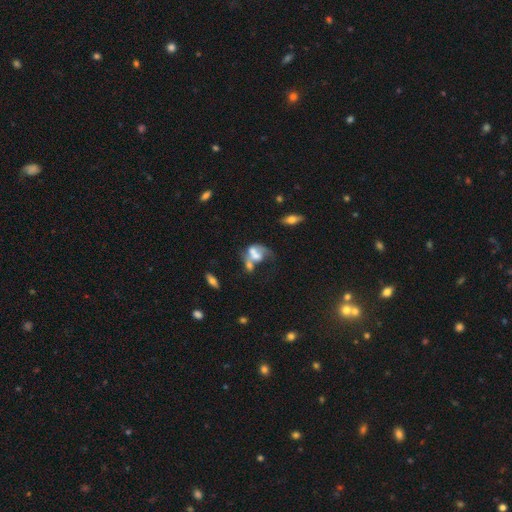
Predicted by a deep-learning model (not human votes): smooth-or-featured: featured or disk: 48% | smooth: 41% | star or artifact: 11%
  merging: merger: 53% | major disturbance: 21% | none: 16% | minor disturbance: 10%